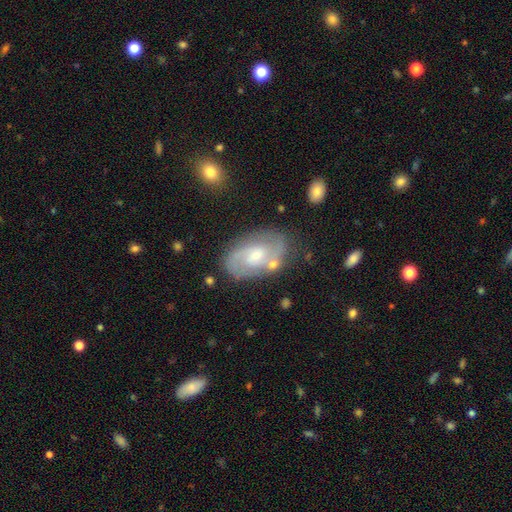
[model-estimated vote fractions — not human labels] The model was most divided on "bar": no: 47%, weak: 45%, strong: 8%. Remaining: edge-on disk — no (96%); spiral arms — yes (91%); spiral arm count — 2 (78%); smooth or featured — featured or disk (77%); merging — none (71%); bulge size — moderate (49%); spiral winding — medium (49%).